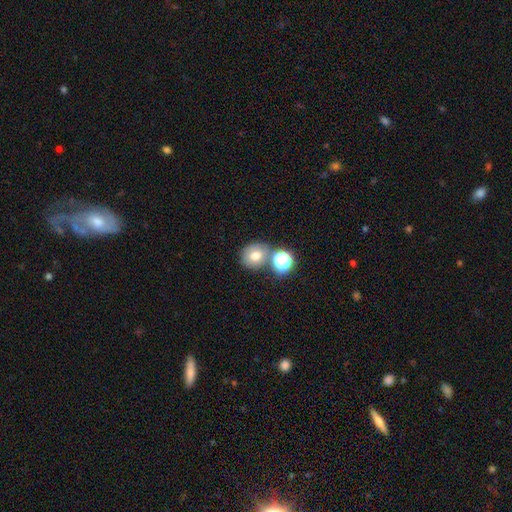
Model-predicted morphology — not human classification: Smooth or featured?
  - smooth: 70% *
  - featured or disk: 15%
  - star or artifact: 15%
How rounded?
  - round: 75% *
  - in between: 24%
  - cigar-shaped: 1%
Merging?
  - none: 61% *
  - merger: 24%
  - minor disturbance: 11%
  - major disturbance: 4%